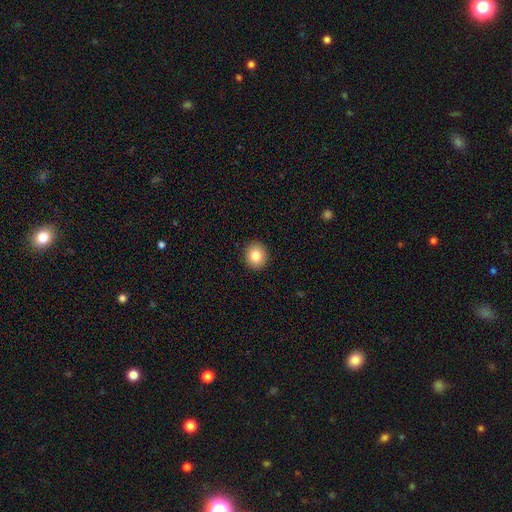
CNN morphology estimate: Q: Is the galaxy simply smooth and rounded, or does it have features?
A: smooth — 82%.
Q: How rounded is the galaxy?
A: round — 86%.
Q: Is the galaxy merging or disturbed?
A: none — 93%.